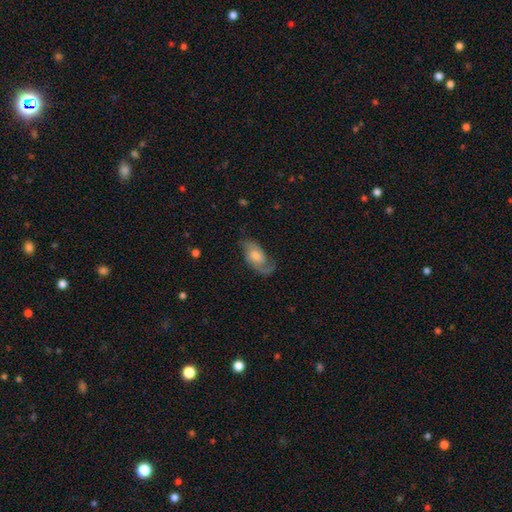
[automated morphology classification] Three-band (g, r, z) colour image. It shows a featured or disk galaxy (69%) with no bar (59%), 2 (77%) medium (46%) spiral arms (91%) and a moderate central bulge (52%). Merging: none (68%).